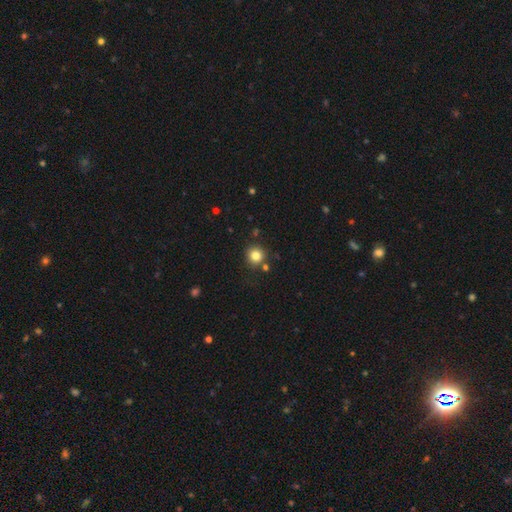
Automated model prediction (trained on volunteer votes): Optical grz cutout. It shows a smooth galaxy with no disk features (82%) that is round (93%). Merging: none (83%).